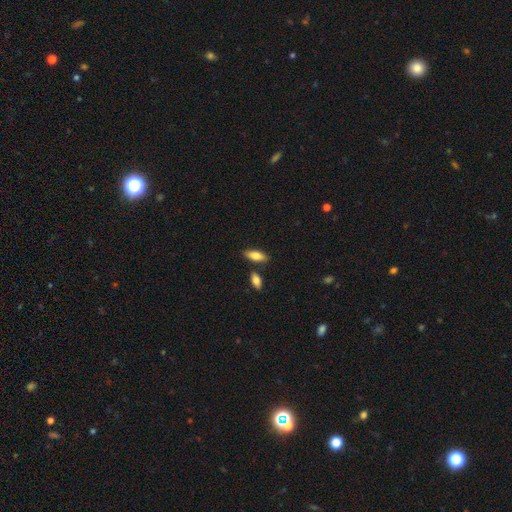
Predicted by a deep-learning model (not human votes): smooth 81%, featured or disk 13%, star or artifact 6%. Down the decision tree: how rounded — in between (79%); merging — none (78%).